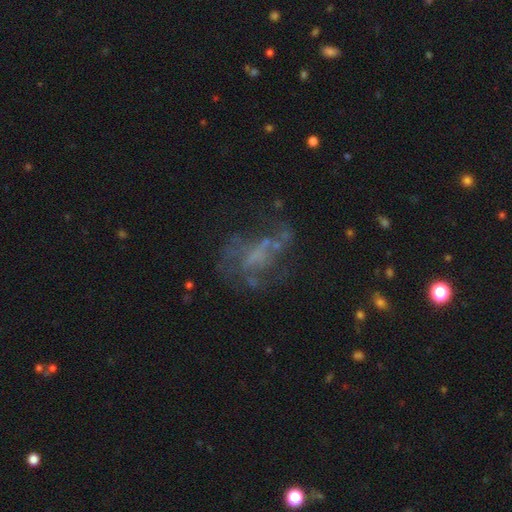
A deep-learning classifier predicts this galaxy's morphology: Smooth or featured: featured or disk — 61% (star or artifact — 20%)
Edge-on disk: no — 97% (yes — 3%)
Bar: no — 67% (weak — 25%)
Spiral arms: no — 58% (yes — 42%)
Bulge size: none — 66% (small — 17%)
Merging: none — 43% (major disturbance — 34%)